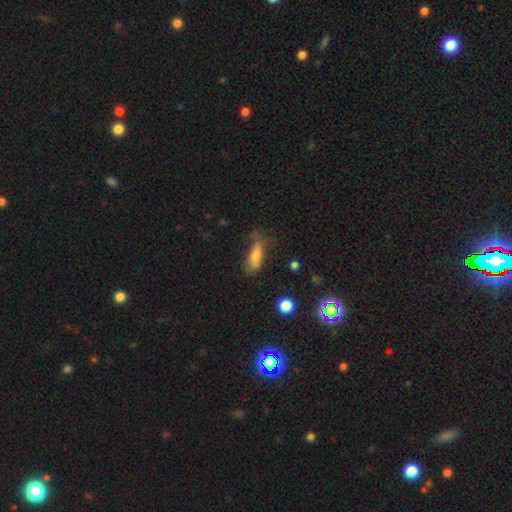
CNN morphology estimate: type=smooth (67%); roundness=in between (66%); merging=none (43%).